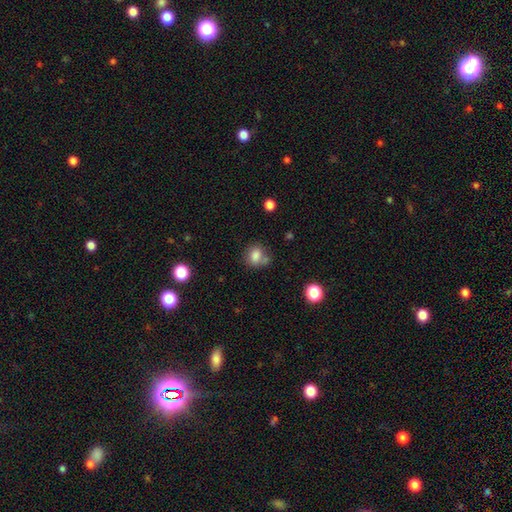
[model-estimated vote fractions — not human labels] Smooth or featured?
  - smooth: 81% *
  - star or artifact: 11%
  - featured or disk: 8%
How rounded?
  - round: 58% *
  - in between: 41%
  - cigar-shaped: 1%
Merging?
  - none: 55% *
  - merger: 20%
  - minor disturbance: 18%
  - major disturbance: 7%